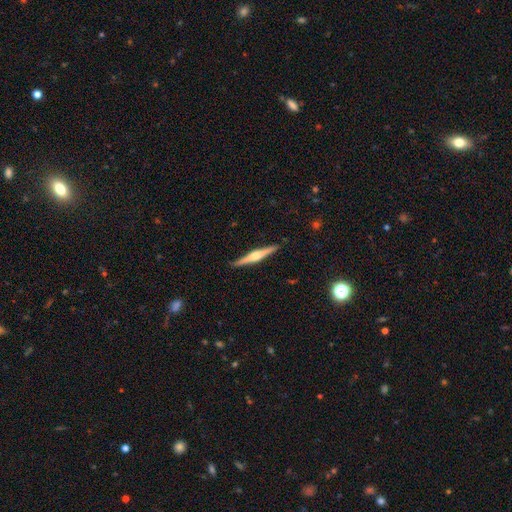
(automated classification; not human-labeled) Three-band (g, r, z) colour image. It shows a featured or disk galaxy (75%) viewed edge-on (98%) with a rounded central bulge (87%). Merging: none (91%).